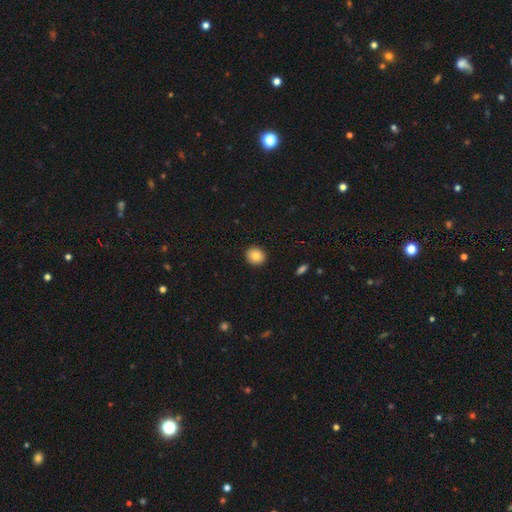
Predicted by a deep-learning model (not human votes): smooth 83%, star or artifact 9%, featured or disk 8%. Down the decision tree: how rounded — round (80%); merging — none (92%).